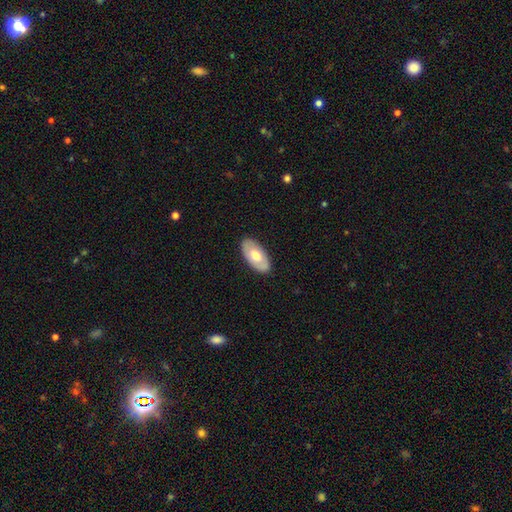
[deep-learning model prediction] Smooth or featured?
  - smooth: 57% *
  - featured or disk: 39%
  - star or artifact: 5%
How rounded?
  - in between: 94% *
  - round: 4%
  - cigar-shaped: 2%
Merging?
  - none: 88% *
  - minor disturbance: 9%
  - major disturbance: 2%
  - merger: 1%